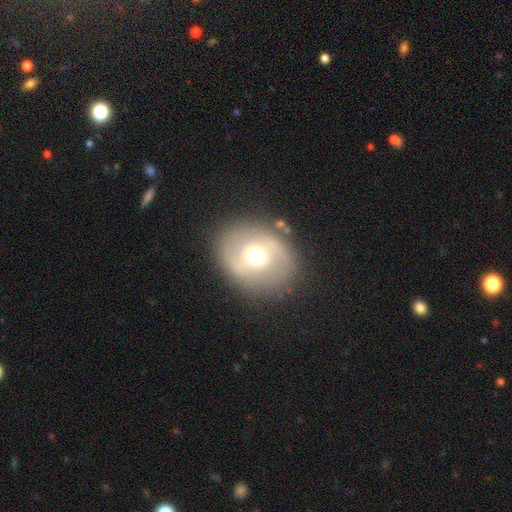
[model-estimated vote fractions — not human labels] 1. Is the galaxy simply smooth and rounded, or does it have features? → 47% smooth, 44% featured or disk, 9% star or artifact.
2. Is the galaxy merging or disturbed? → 81% none, 11% minor disturbance, 5% major disturbance, 2% merger.